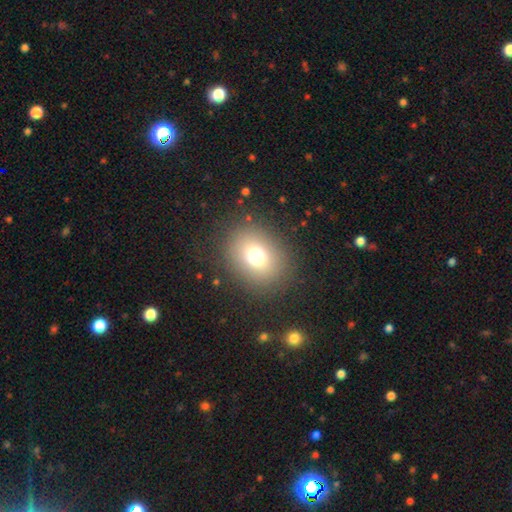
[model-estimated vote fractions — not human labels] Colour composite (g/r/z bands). It shows a smooth galaxy with no disk features (71%) that is round (61%). Merging: none (85%).